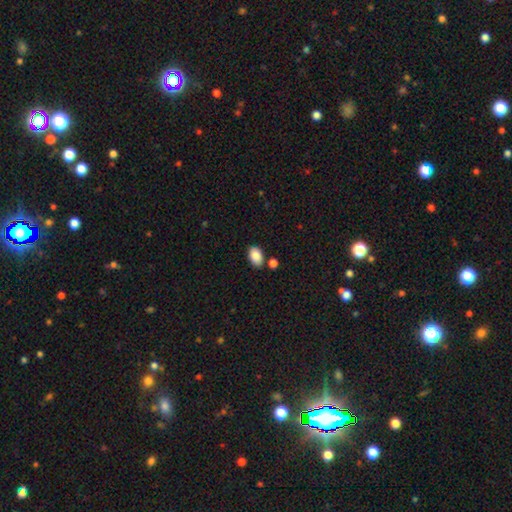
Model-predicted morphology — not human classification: This appears to be a smooth galaxy with no disk features (88%) that is in between round and cigar-shaped (90%). Merging: none (77%).